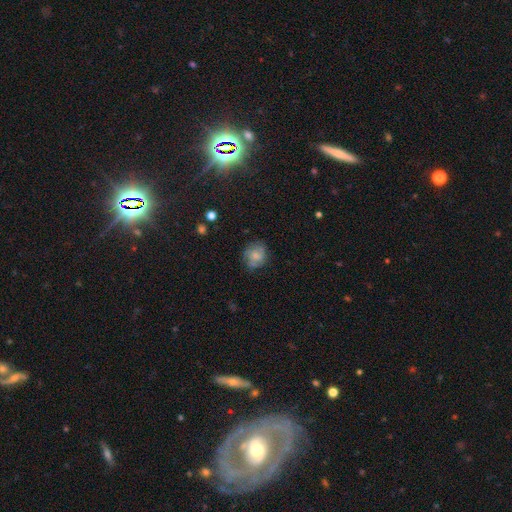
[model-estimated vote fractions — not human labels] Morphology: type=smooth (63%); roundness=round (70%); merging=none (68%).